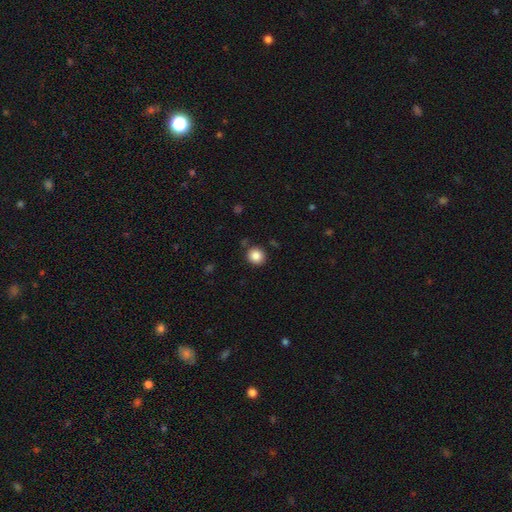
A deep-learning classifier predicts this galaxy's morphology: type=smooth (86%); roundness=round (88%); merging=none (87%).